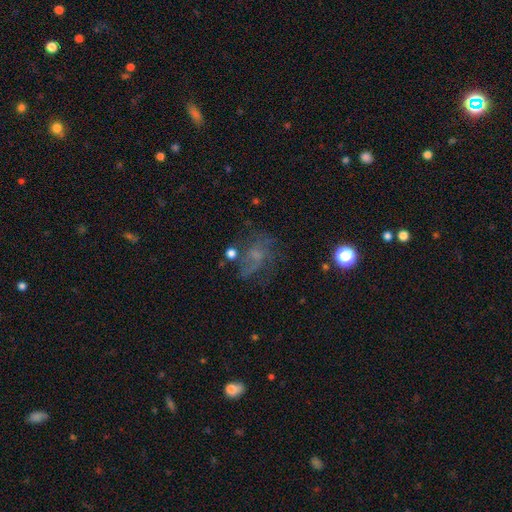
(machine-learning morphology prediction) Overall: featured or disk (46%; smooth 30%). Merging: none (47%; major disturbance 27%).